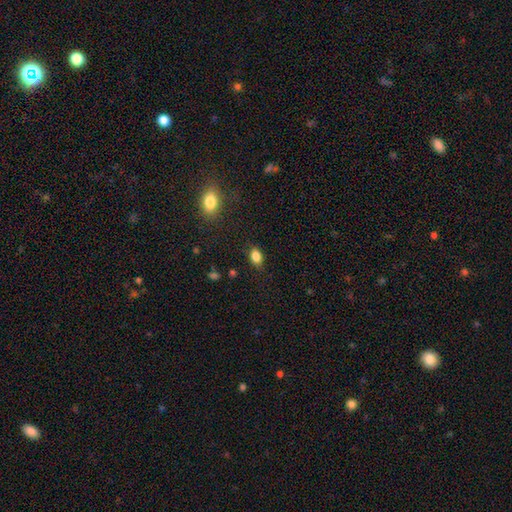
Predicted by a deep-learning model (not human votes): Morphology: type=smooth (84%); roundness=in between (82%); merging=none (84%).